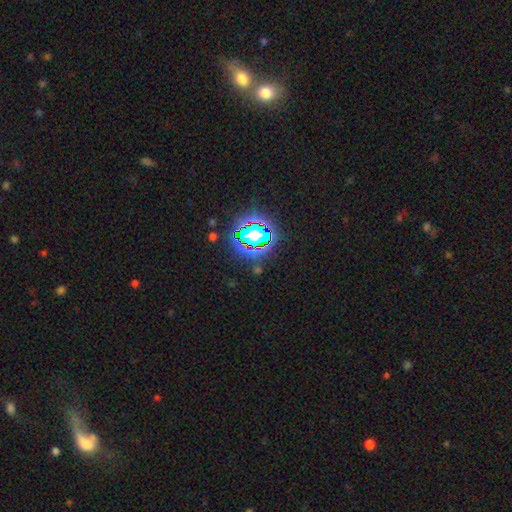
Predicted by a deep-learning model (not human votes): This is clearly a star or artifact rather than a galaxy (81%).